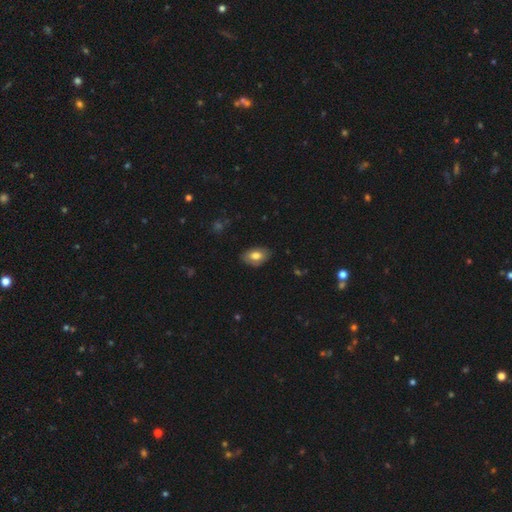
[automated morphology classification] A smooth galaxy with no disk features (73%) that is in between round and cigar-shaped (90%). Merging: none (78%).